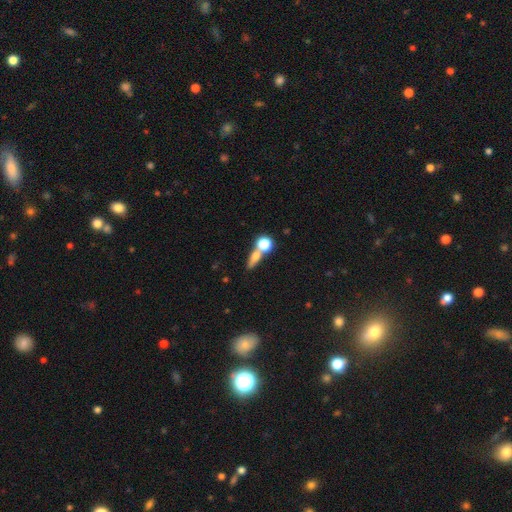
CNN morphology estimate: This is likely a smooth galaxy (65%). How rounded: marginally round (38%). Merging: marginally none (43%).